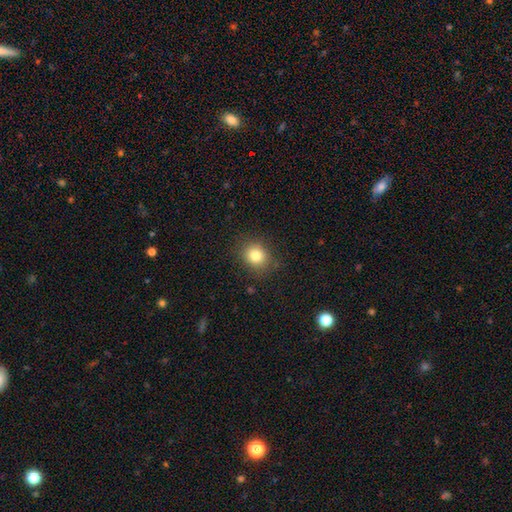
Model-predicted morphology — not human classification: Overall: smooth (81%). How rounded: round (75%). Merging: none (84%).